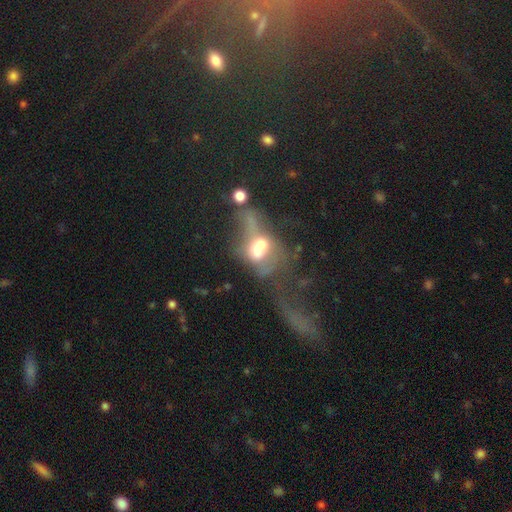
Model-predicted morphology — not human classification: type=featured or disk (49%); merging=merger (59%).